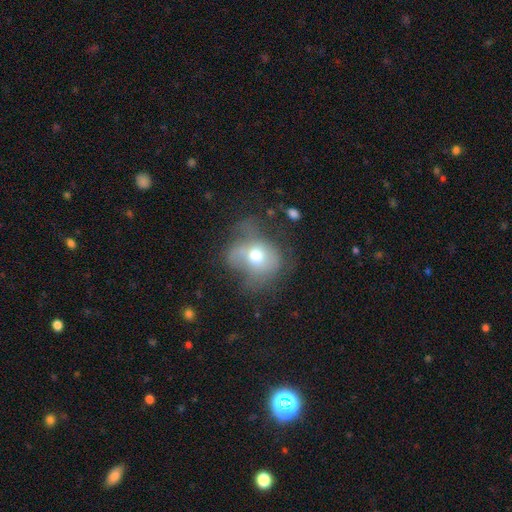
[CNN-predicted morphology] This is possibly a smooth galaxy (59%). How rounded: possibly round (59%). Merging: marginally major disturbance (38%).